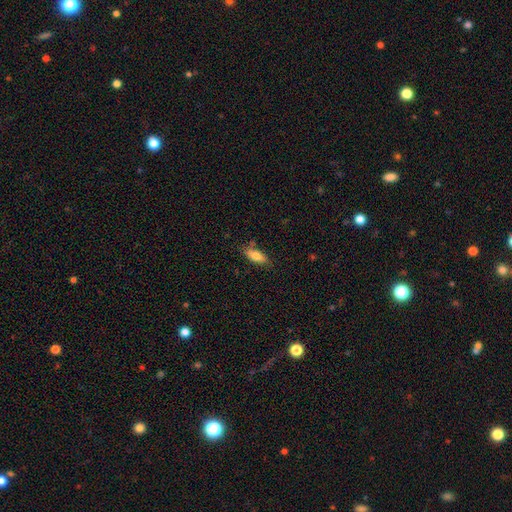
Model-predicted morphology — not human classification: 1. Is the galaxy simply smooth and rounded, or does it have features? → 77% smooth, 16% featured or disk, 7% star or artifact.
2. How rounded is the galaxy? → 73% in between, 25% cigar-shaped, 2% round.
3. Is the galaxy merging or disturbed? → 77% none, 16% minor disturbance, 4% merger, 3% major disturbance.